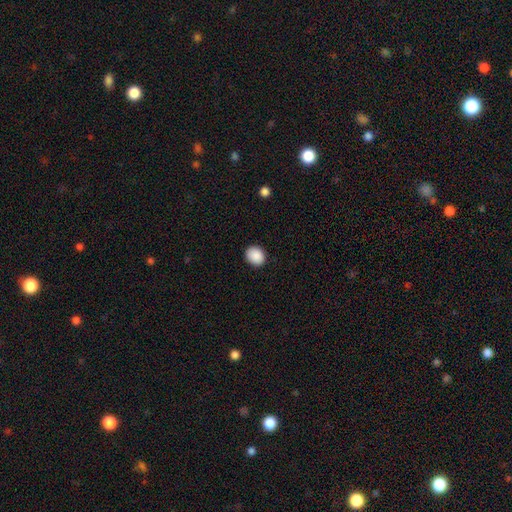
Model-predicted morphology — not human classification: type=smooth (90%); roundness=round (62%); merging=none (89%).